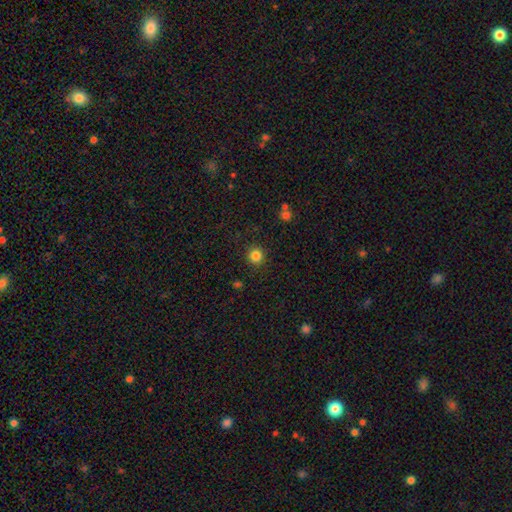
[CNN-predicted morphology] smooth_or_featured: smooth (p=0.83) [alt: star or artifact p=0.12]
how_rounded: round (p=0.94) [alt: in between p=0.05]
merging: none (p=0.91) [alt: minor disturbance p=0.06]